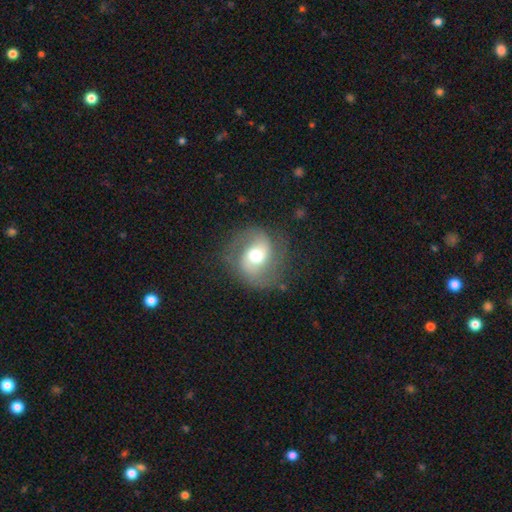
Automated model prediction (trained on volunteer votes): featured or disk 73%, smooth 20%, star or artifact 7%. Down the decision tree: edge-on disk — no (97%); bar — no (45%); spiral arms — yes (90%); spiral arm count — 2 (88%); spiral winding — medium (50%); bulge size — moderate (66%); merging — none (73%).